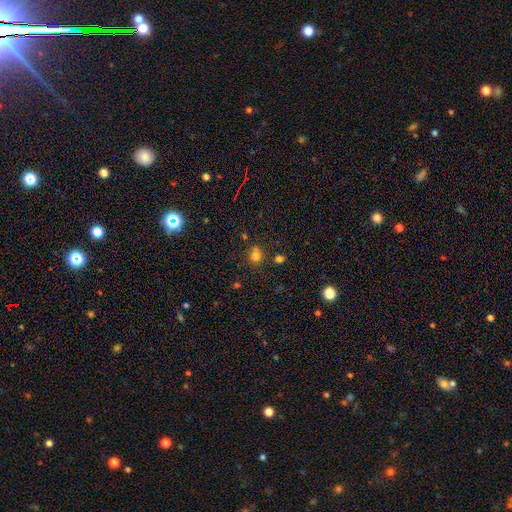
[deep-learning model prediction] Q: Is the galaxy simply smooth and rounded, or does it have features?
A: smooth — 75%.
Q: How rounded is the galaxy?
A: round — 74%.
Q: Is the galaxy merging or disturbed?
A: none — 69%.